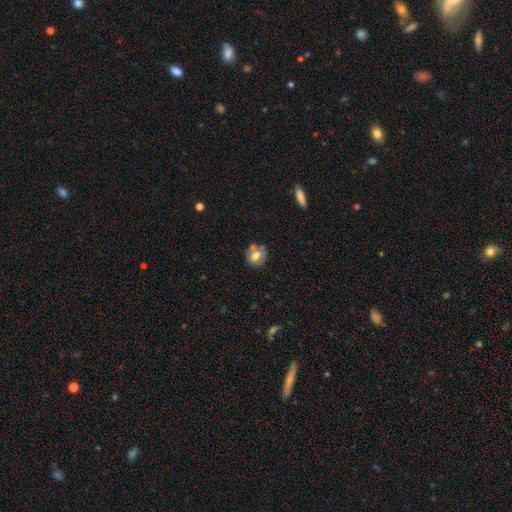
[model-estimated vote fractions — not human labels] A smooth galaxy with no disk features (66%) that is round (69%). Merging: none (55%).